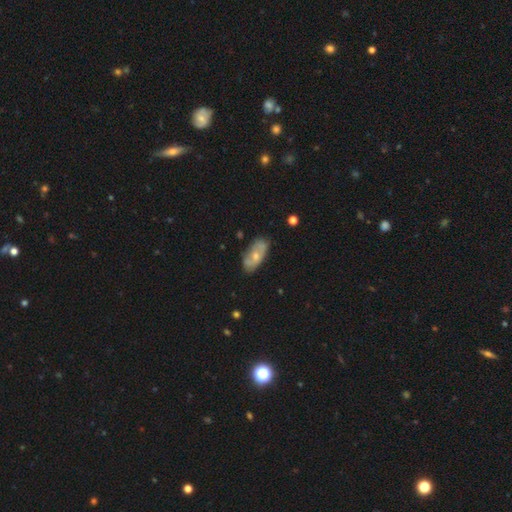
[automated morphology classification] A smooth galaxy with no disk features (49%). Merging: none (70%).